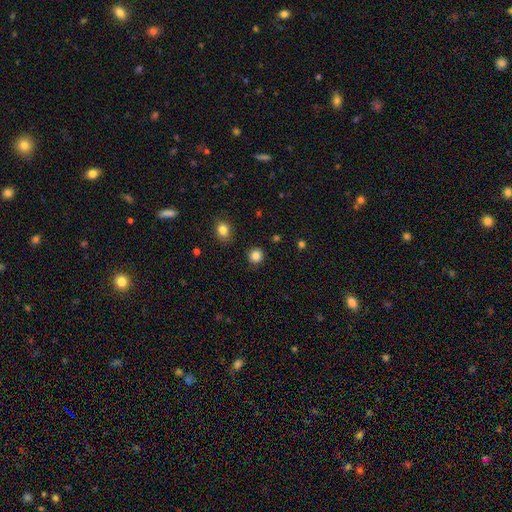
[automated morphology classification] Q: Smooth or featured?
A: smooth (85%); runner-up: star or artifact (11%)
Q: How rounded?
A: round (90%); runner-up: in between (9%)
Q: Merging?
A: none (88%); runner-up: minor disturbance (8%)